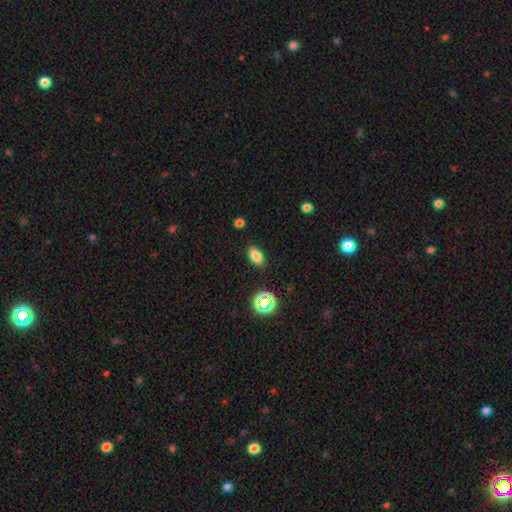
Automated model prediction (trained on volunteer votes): smooth_or_featured: smooth (p=0.77) [alt: star or artifact p=0.14]
how_rounded: in between (p=0.86) [alt: cigar-shaped p=0.08]
merging: none (p=0.87) [alt: minor disturbance p=0.09]